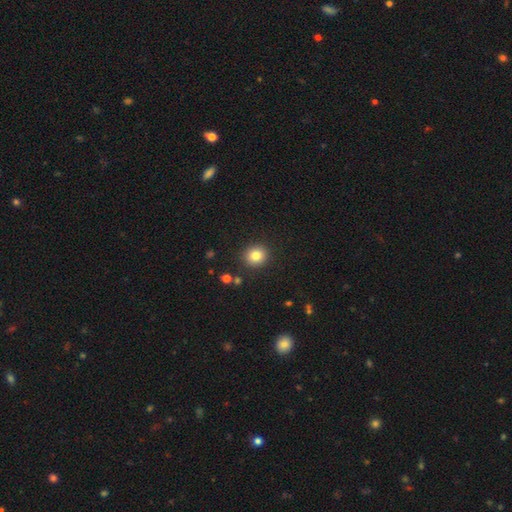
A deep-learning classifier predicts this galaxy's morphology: Smooth or featured?
  - smooth: 82% *
  - star or artifact: 11%
  - featured or disk: 7%
How rounded?
  - round: 84% *
  - in between: 15%
  - cigar-shaped: 1%
Merging?
  - none: 89% *
  - minor disturbance: 7%
  - major disturbance: 2%
  - merger: 2%